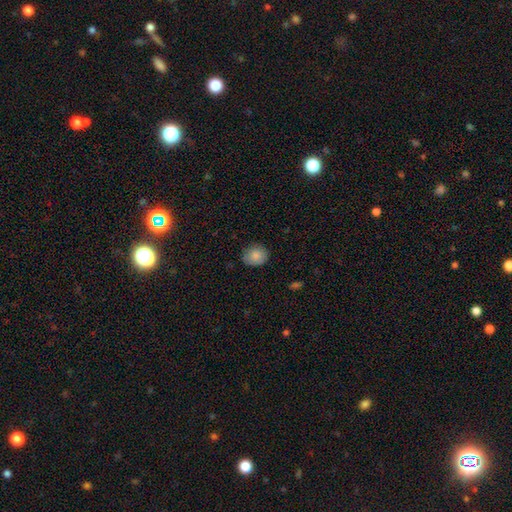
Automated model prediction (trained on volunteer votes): smooth-or-featured: smooth: 84% | star or artifact: 8% | featured or disk: 7%
  how-rounded: round: 66% | in between: 33% | cigar-shaped: 1%
  merging: none: 80% | minor disturbance: 16% | major disturbance: 3% | merger: 1%